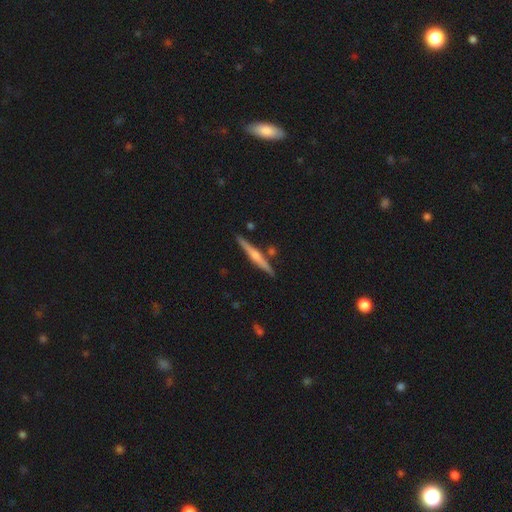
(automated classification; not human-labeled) smooth-or-featured: featured or disk: 66% | smooth: 29% | star or artifact: 5%
  disk-edge-on: yes: 98% | no: 2%
    edge-on-bulge: rounded: 78% | none: 13% | boxy: 8%
  merging: none: 86% | minor disturbance: 8% | merger: 4% | major disturbance: 2%